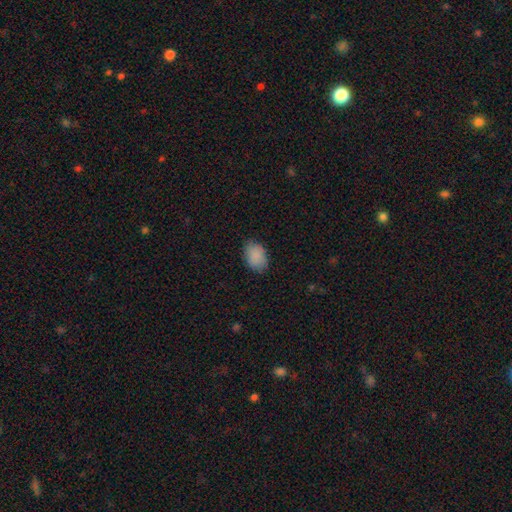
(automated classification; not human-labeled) smooth-or-featured: smooth: 89% | star or artifact: 7% | featured or disk: 4%
  how-rounded: in between: 84% | round: 15% | cigar-shaped: 1%
  merging: none: 80% | minor disturbance: 16% | major disturbance: 3% | merger: 1%